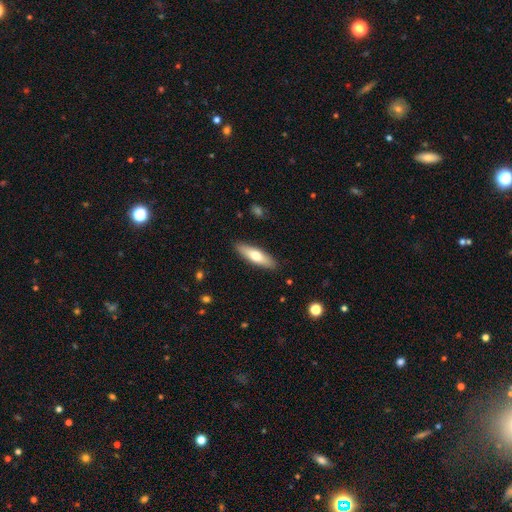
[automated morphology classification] Smooth or featured: smooth — 63% (featured or disk — 31%)
How rounded: cigar-shaped — 60% (in between — 38%)
Merging: none — 89% (minor disturbance — 8%)